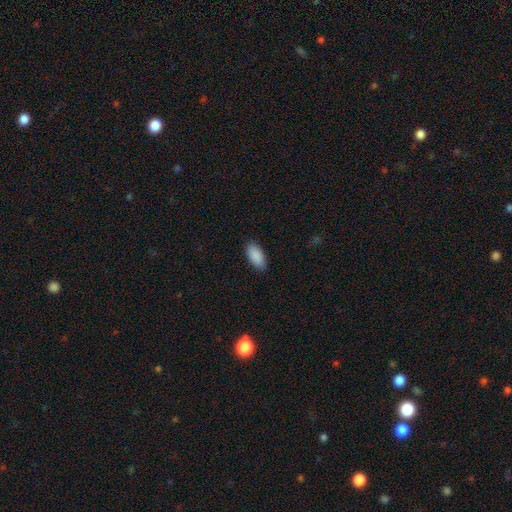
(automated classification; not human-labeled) A smooth galaxy with no disk features (91%) that is in between round and cigar-shaped (92%).

Vote fractions:
- Smooth or featured? smooth: 91% / star or artifact: 6% / featured or disk: 3%
- How rounded? in between: 92% / cigar-shaped: 6% / round: 2%
- Merging? none: 88% / minor disturbance: 9% / major disturbance: 2% / merger: 1%